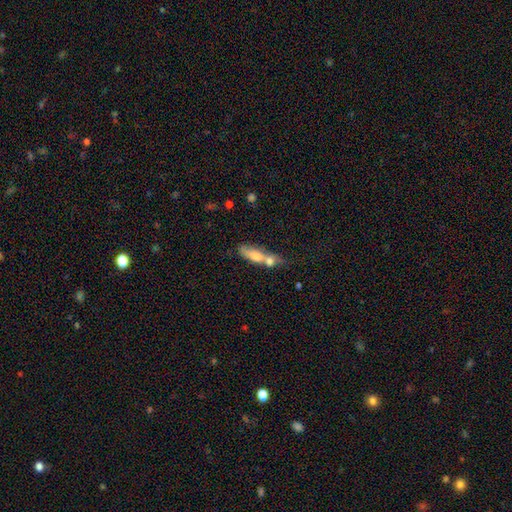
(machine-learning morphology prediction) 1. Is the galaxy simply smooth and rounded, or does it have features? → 65% smooth, 27% featured or disk, 9% star or artifact.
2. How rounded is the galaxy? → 51% in between, 43% cigar-shaped, 6% round.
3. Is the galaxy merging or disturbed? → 60% merger, 21% none, 11% minor disturbance, 8% major disturbance.